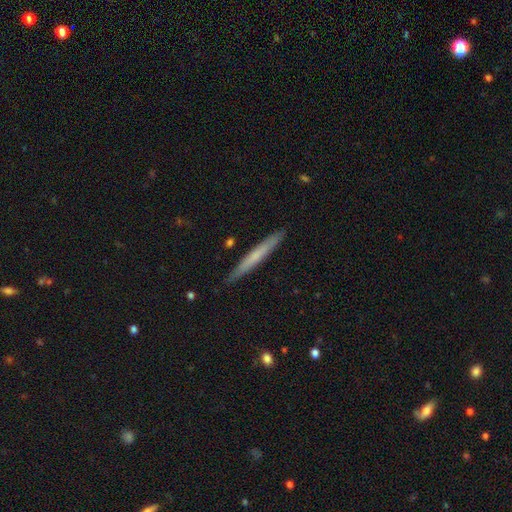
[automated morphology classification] This appears to be a smooth galaxy with no disk features (53%) that is cigar-shaped (97%). Merging: none (90%).